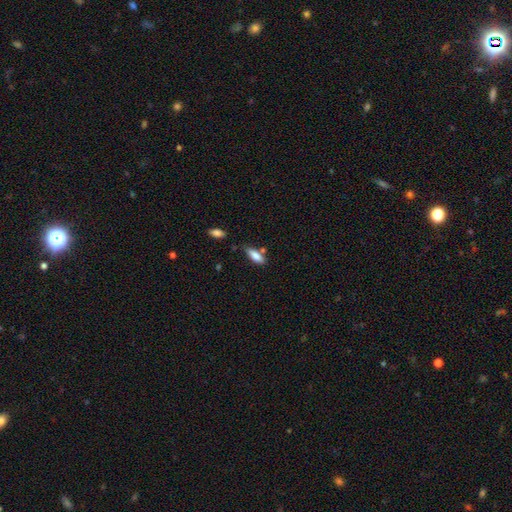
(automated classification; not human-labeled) Smooth or featured: smooth — 82% (featured or disk — 11%)
How rounded: in between — 68% (cigar-shaped — 30%)
Merging: none — 60% (minor disturbance — 23%)